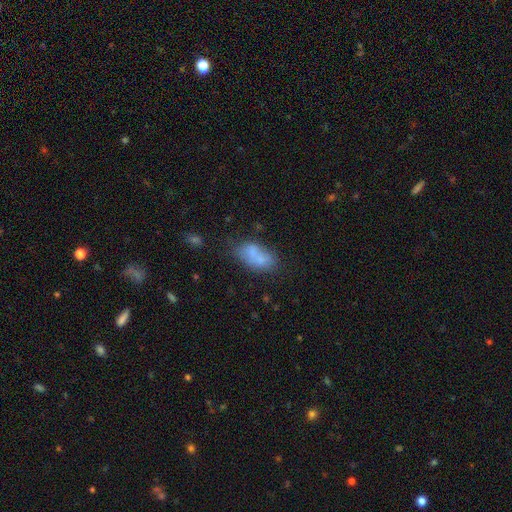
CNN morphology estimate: A smooth galaxy with no disk features (69%) that is in between round and cigar-shaped (88%).

Vote fractions:
- Smooth or featured? smooth: 69% / featured or disk: 21% / star or artifact: 10%
- How rounded? in between: 88% / round: 8% / cigar-shaped: 4%
- Merging? none: 39% / merger: 32% / minor disturbance: 20% / major disturbance: 9%